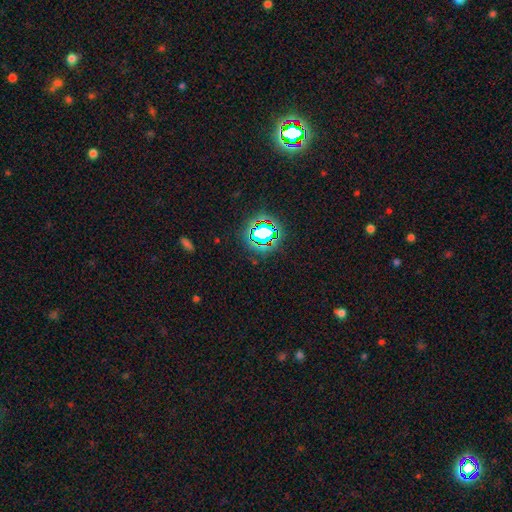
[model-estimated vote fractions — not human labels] Overall: star or artifact (79%).